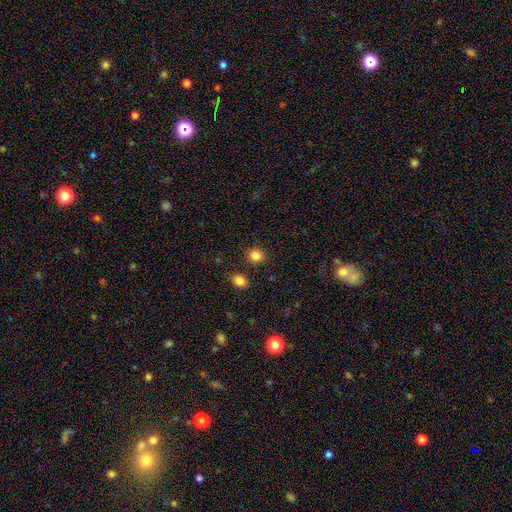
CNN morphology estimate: Smooth or featured: smooth — 84% (star or artifact — 12%)
How rounded: round — 87% (in between — 12%)
Merging: none — 87% (minor disturbance — 6%)